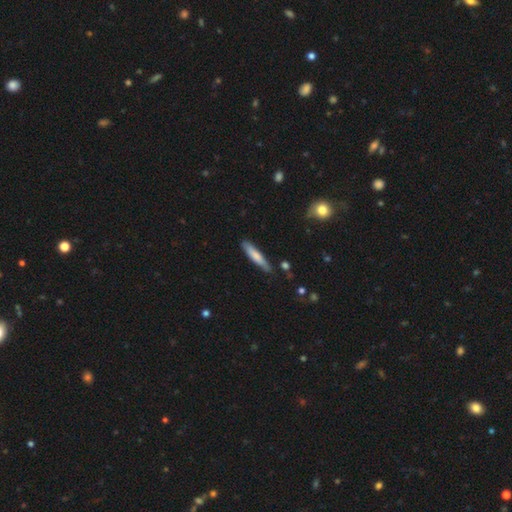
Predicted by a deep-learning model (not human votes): Morphology: type=smooth (71%); roundness=cigar-shaped (88%); merging=none (79%).